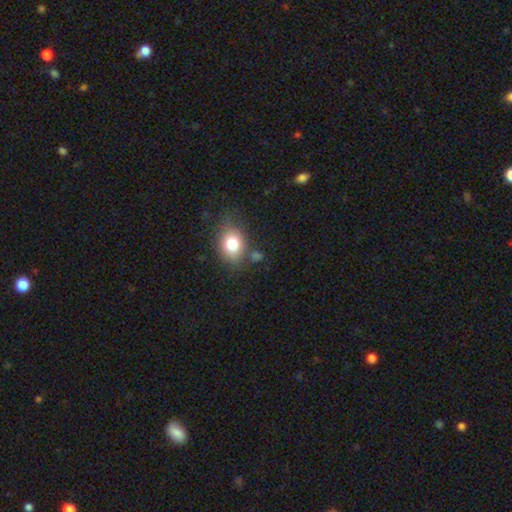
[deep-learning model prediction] smooth_or_featured: smooth (p=0.77) [alt: star or artifact p=0.12]
how_rounded: in between (p=0.56) [alt: round p=0.42]
merging: none (p=0.69) [alt: minor disturbance p=0.19]